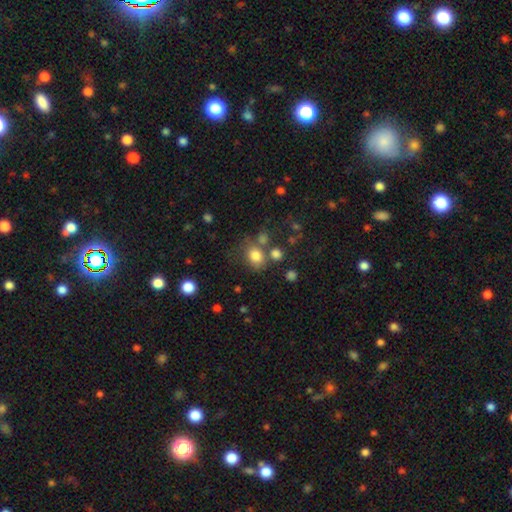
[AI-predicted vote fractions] A smooth galaxy with no disk features (78%) that is round (61%).

Vote fractions:
- Smooth or featured? smooth: 78% / star or artifact: 14% / featured or disk: 9%
- How rounded? round: 61% / in between: 38% / cigar-shaped: 1%
- Merging? none: 60% / merger: 18% / minor disturbance: 15% / major disturbance: 7%